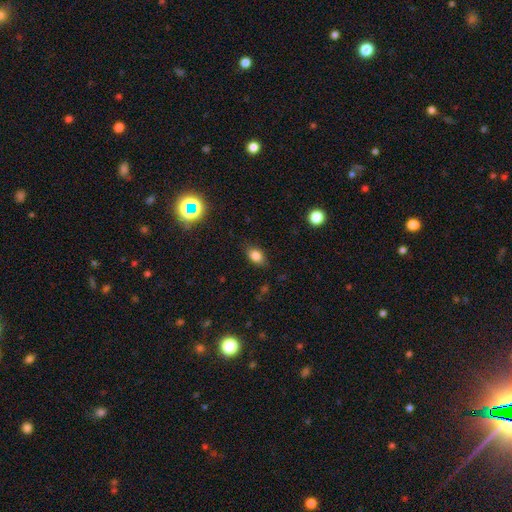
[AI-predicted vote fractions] Q: Smooth or featured?
A: smooth (82%); runner-up: star or artifact (11%)
Q: How rounded?
A: in between (82%); runner-up: round (15%)
Q: Merging?
A: none (82%); runner-up: minor disturbance (14%)